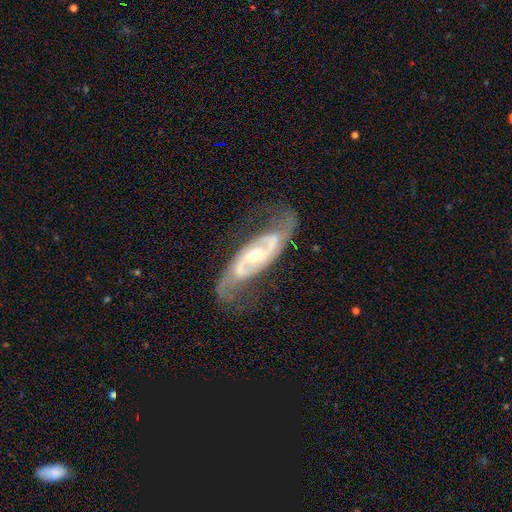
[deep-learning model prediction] This appears to be a featured or disk galaxy (88%) with no bar (38%, tied with weak), 2 (88%) medium (50%) spiral arms (95%) and a moderate central bulge (50%). Merging: none (68%).